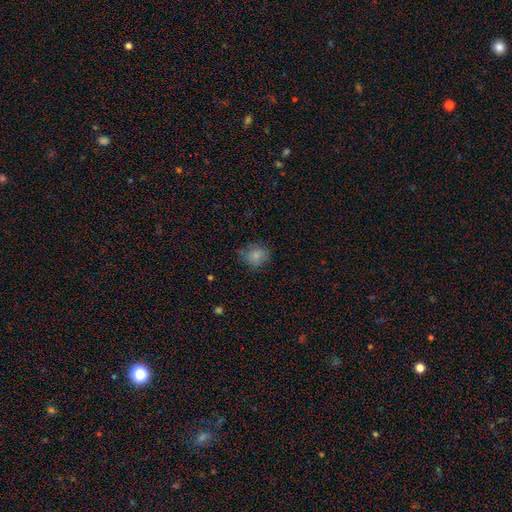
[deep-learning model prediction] smooth 82%, star or artifact 10%, featured or disk 8%. Down the decision tree: how rounded — round (79%); merging — none (73%).